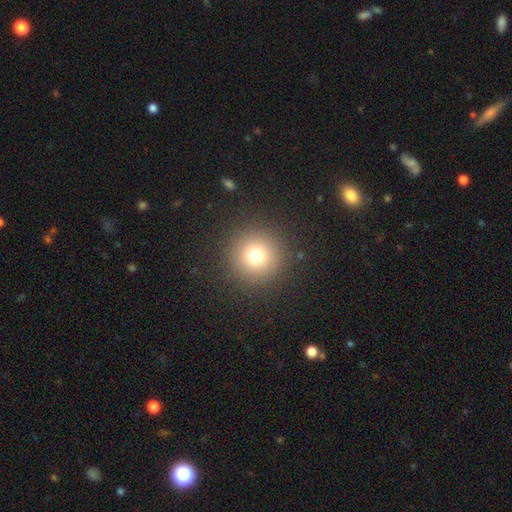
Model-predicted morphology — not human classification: Overall: smooth (74%). How rounded: round (96%). Merging: none (90%).